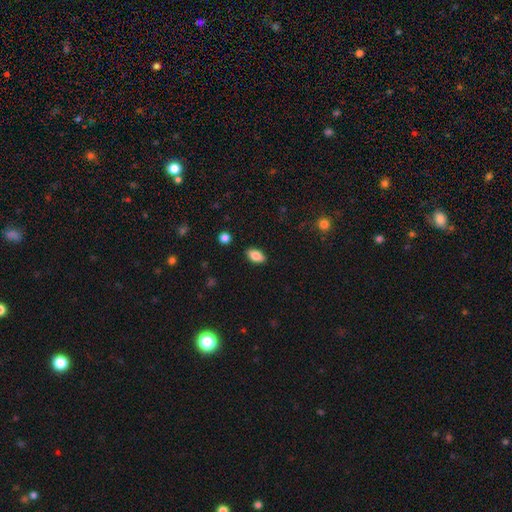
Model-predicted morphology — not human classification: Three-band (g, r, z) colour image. It shows a smooth galaxy with no disk features (85%) that is in between round and cigar-shaped (91%). Merging: none (88%).